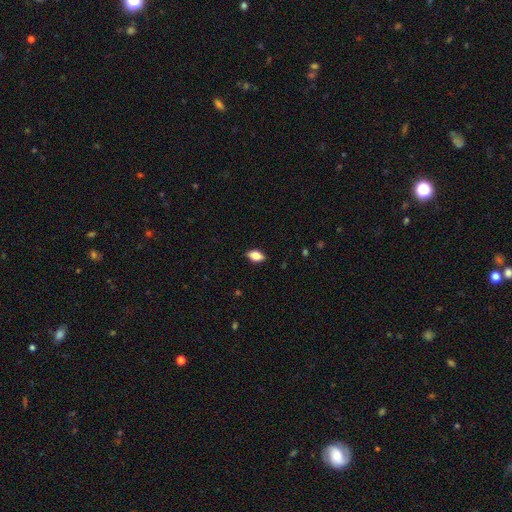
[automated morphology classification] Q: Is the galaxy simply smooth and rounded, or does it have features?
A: smooth — 80%.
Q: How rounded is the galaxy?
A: in between — 89%.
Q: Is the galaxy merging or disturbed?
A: none — 88%.